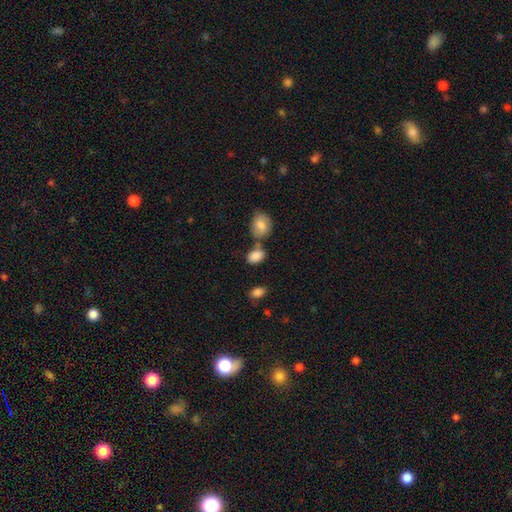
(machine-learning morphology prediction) Q: Smooth or featured?
A: smooth (87%); runner-up: star or artifact (8%)
Q: How rounded?
A: in between (82%); runner-up: round (16%)
Q: Merging?
A: none (53%); runner-up: merger (26%)